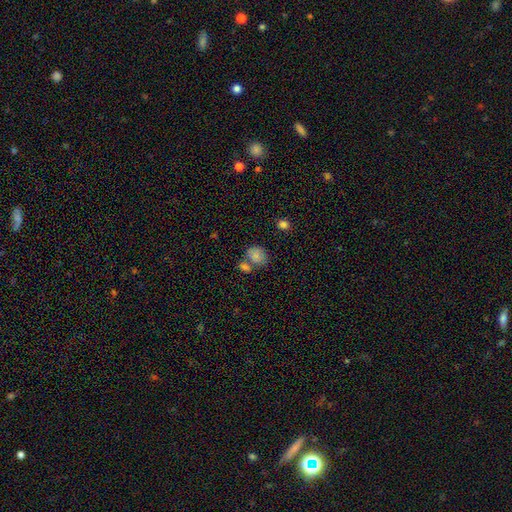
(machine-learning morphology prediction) smooth 82%, star or artifact 10%, featured or disk 8%. Down the decision tree: how rounded — round (57%); merging — none (46%).